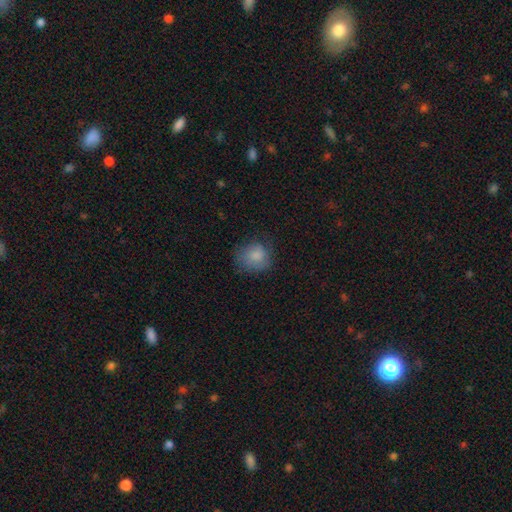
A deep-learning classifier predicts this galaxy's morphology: smooth 82%, featured or disk 10%, star or artifact 8%. Down the decision tree: how rounded — round (77%); merging — none (65%).